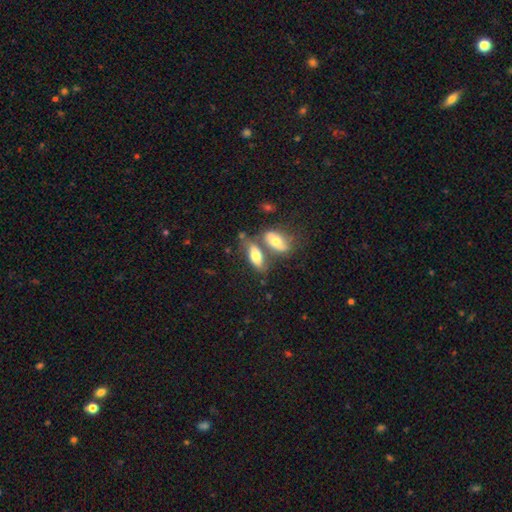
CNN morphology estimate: type=smooth (72%); roundness=in between (81%); merging=none (42%).